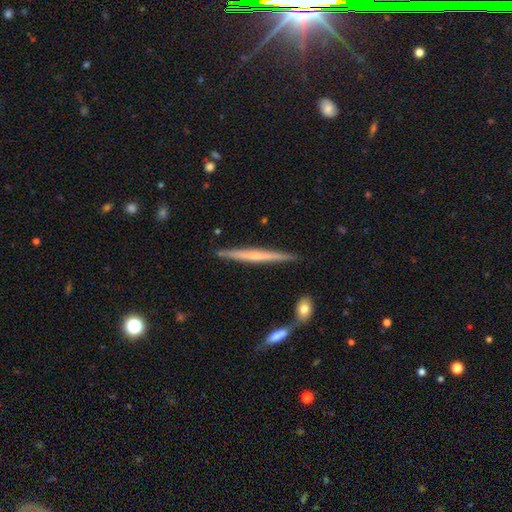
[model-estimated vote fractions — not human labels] Overall: featured or disk (57%; smooth 37%). Edge-on disk: yes (97%). Edge-on bulge: none (64%; rounded 29%). Merging: none (89%).